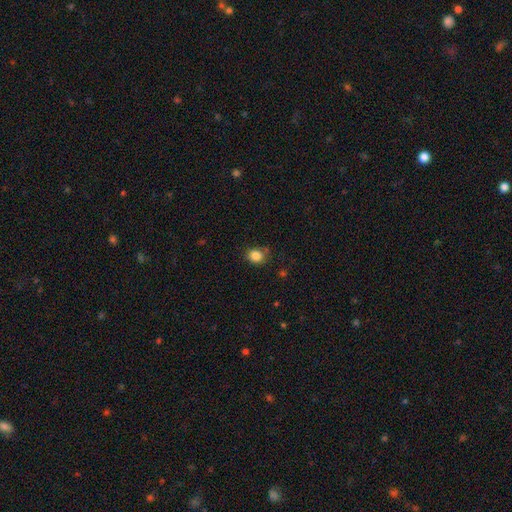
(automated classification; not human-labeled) Smooth or featured? smooth (84%)
How rounded? round (60%)
Merging? none (74%)